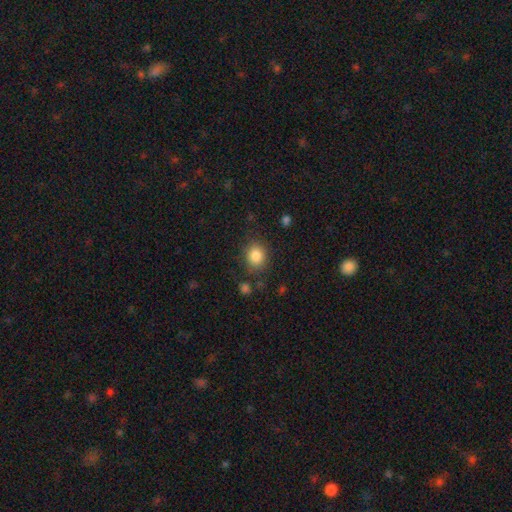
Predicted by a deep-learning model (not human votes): A smooth galaxy with no disk features (84%) that is round (65%).

Vote fractions:
- Smooth or featured? smooth: 84% / star or artifact: 10% / featured or disk: 6%
- How rounded? round: 65% / in between: 34% / cigar-shaped: 1%
- Merging? none: 81% / minor disturbance: 12% / major disturbance: 4% / merger: 3%